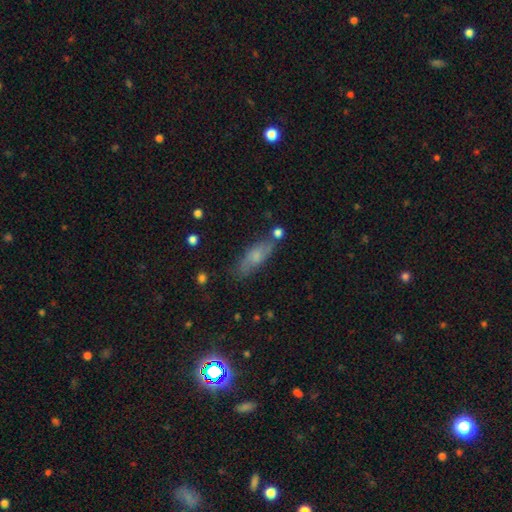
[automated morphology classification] Smooth or featured: smooth — 61% (featured or disk — 29%)
How rounded: in between — 60% (cigar-shaped — 37%)
Merging: none — 68% (minor disturbance — 20%)